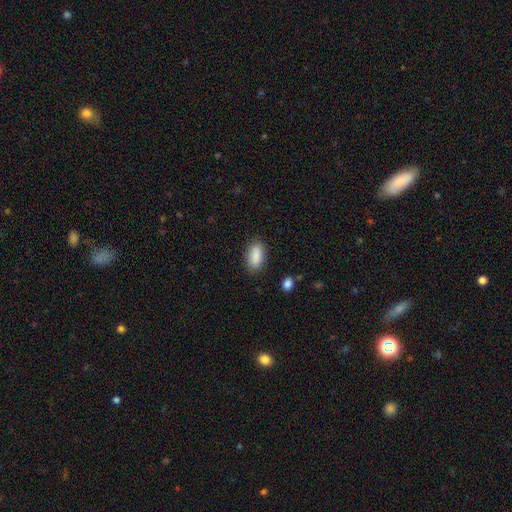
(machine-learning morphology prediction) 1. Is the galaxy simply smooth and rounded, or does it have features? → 89% smooth, 7% star or artifact, 5% featured or disk.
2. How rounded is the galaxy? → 88% in between, 9% cigar-shaped, 3% round.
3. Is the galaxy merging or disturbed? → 85% none, 10% minor disturbance, 3% major disturbance, 1% merger.